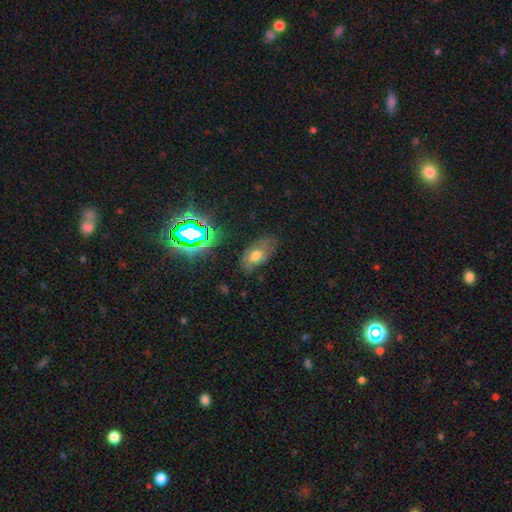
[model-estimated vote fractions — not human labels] Smooth or featured? smooth (54%)
How rounded? in between (89%)
Merging? none (61%)